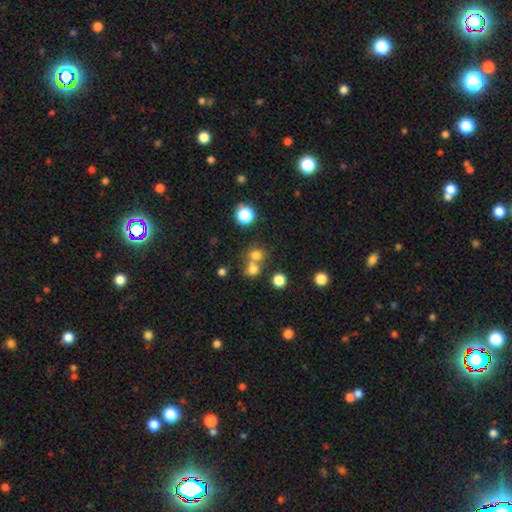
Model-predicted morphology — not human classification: smooth 72%, star or artifact 19%, featured or disk 10%. Down the decision tree: how rounded — round (81%); merging — none (47%).